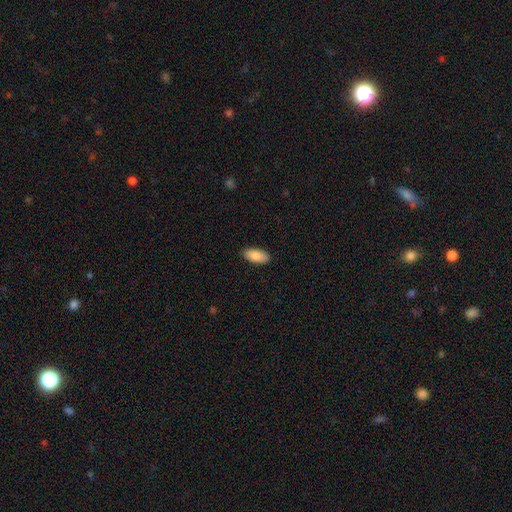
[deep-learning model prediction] Smooth or featured? smooth (87%)
How rounded? in between (89%)
Merging? none (89%)